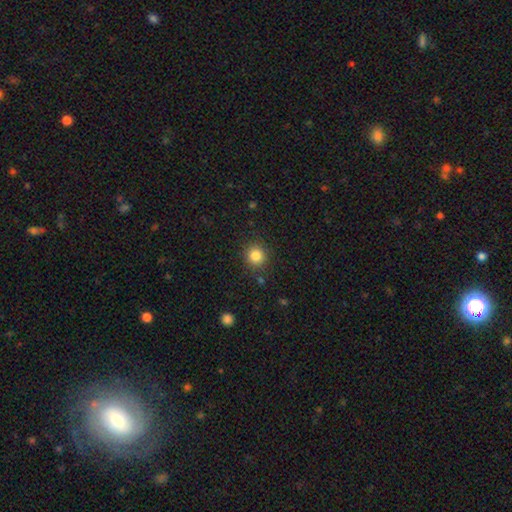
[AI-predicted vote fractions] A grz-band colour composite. It shows a smooth galaxy with no disk features (84%) that is round (91%). Merging: none (87%).